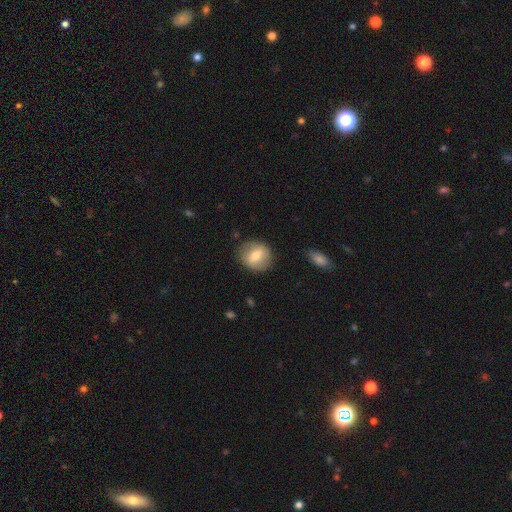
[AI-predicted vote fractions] The model was most divided on "smooth or featured": smooth: 63%, featured or disk: 30%, star or artifact: 7%. More confident: merging — none (84%); how rounded — round (78%).